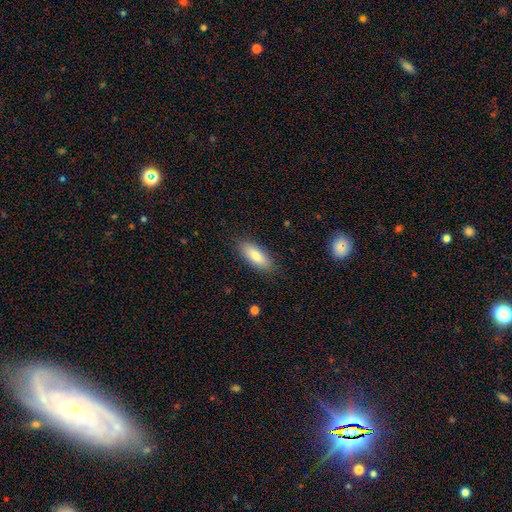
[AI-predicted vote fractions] Overall: smooth (82%). How rounded: in between (76%). Merging: none (85%).